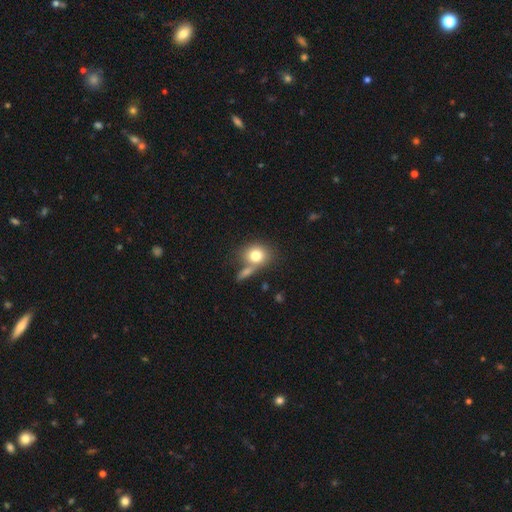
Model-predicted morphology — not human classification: smooth-or-featured: smooth: 78% | featured or disk: 13% | star or artifact: 10%
  how-rounded: round: 65% | in between: 33% | cigar-shaped: 1%
  merging: none: 52% | merger: 29% | minor disturbance: 13% | major disturbance: 6%